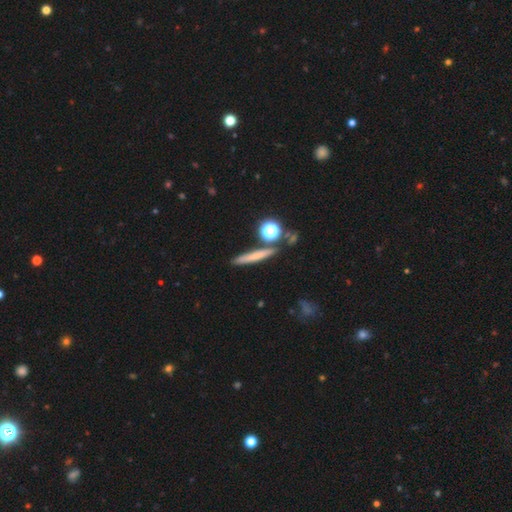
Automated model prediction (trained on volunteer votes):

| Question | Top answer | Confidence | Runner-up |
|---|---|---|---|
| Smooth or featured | smooth | 63% | featured or disk (25%) |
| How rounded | cigar-shaped | 78% | round (13%) |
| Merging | none | 81% | minor disturbance (9%) |